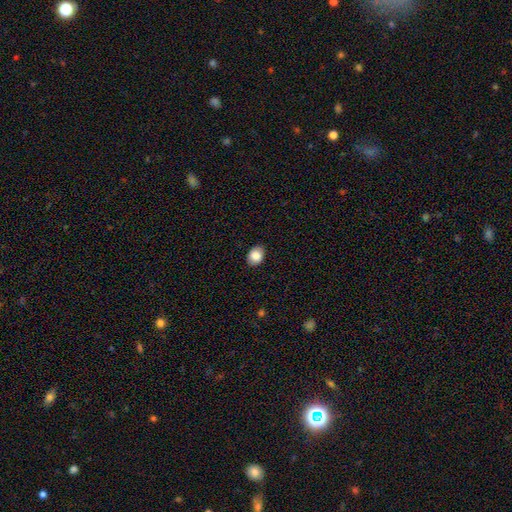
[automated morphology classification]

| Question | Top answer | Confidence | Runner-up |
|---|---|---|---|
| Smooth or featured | smooth | 87% | star or artifact (8%) |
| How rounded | in between | 64% | round (35%) |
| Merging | none | 87% | minor disturbance (10%) |